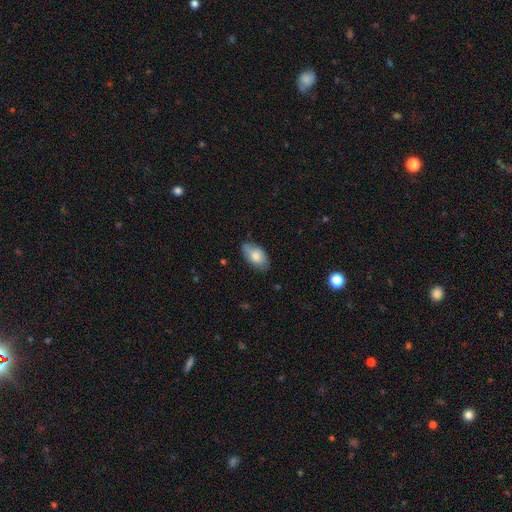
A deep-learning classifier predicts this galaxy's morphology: Q: Smooth or featured?
A: smooth (76%); runner-up: featured or disk (18%)
Q: How rounded?
A: in between (94%); runner-up: round (4%)
Q: Merging?
A: none (75%); runner-up: minor disturbance (21%)